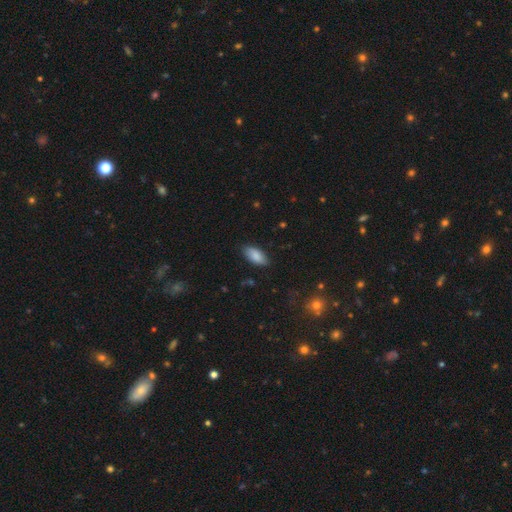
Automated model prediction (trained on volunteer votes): This appears to be a smooth galaxy with no disk features (86%) that is in between round and cigar-shaped (91%). Merging: none (82%).